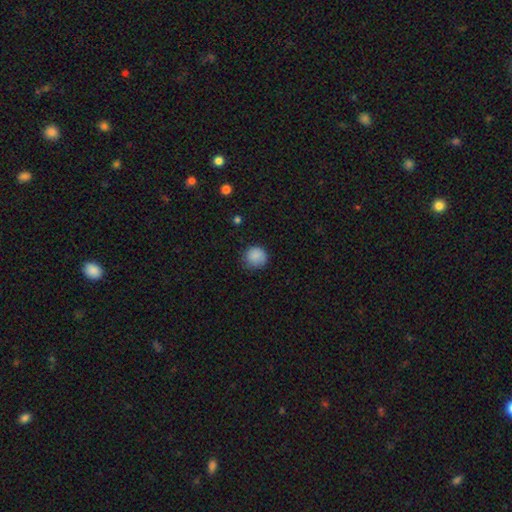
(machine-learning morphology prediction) smooth_or_featured: smooth (p=0.87) [alt: star or artifact p=0.09]
how_rounded: round (p=0.90) [alt: in between p=0.09]
merging: none (p=0.77) [alt: minor disturbance p=0.19]